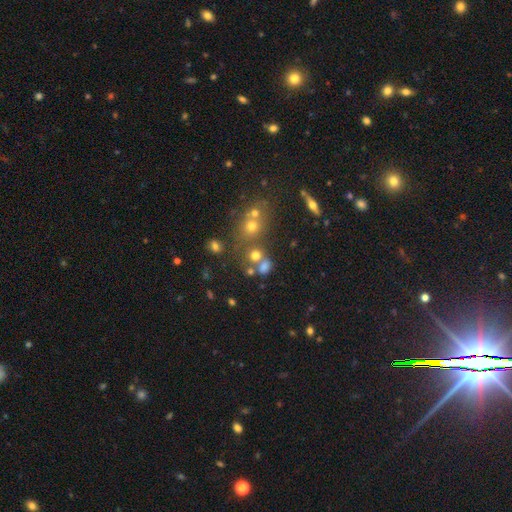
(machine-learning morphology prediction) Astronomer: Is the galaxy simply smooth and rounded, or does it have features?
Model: smooth — 62%.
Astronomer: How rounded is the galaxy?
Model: round — 67%.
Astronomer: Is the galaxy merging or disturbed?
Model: none — 52% (runner-up: merger, 31%).